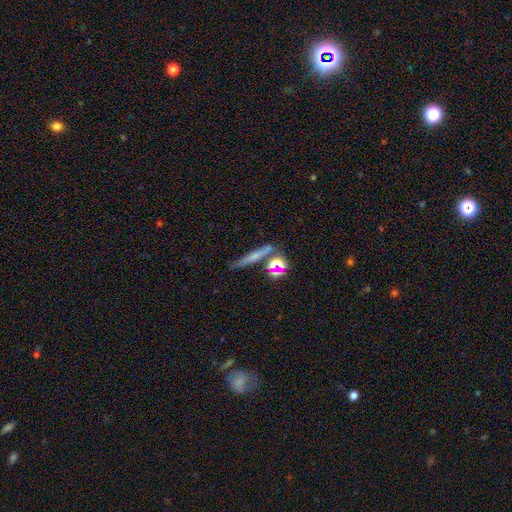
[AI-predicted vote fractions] This is possibly a smooth galaxy (47%). Merging: likely none (71%).